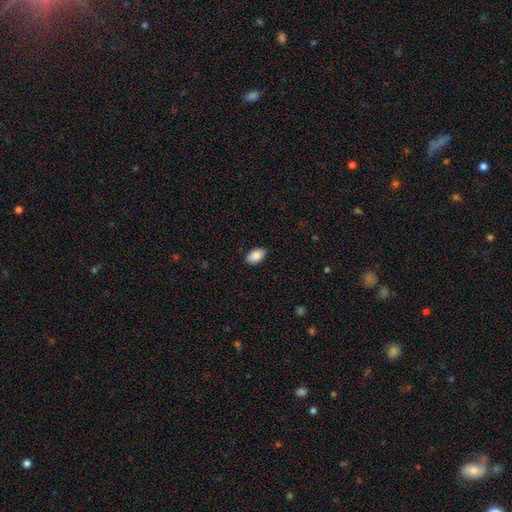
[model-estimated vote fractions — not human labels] Smooth or featured? smooth (88%)
How rounded? in between (94%)
Merging? none (87%)